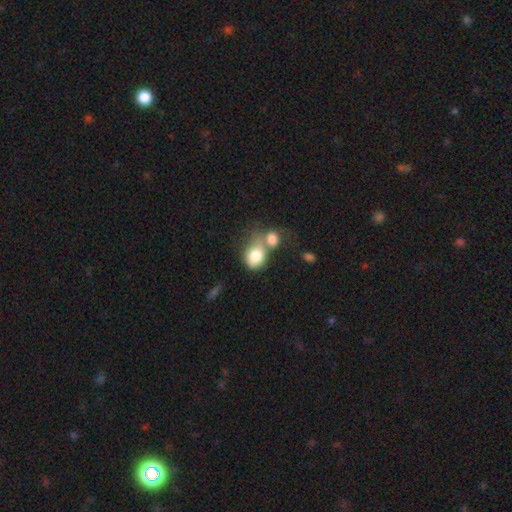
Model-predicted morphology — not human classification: Smooth or featured: smooth — 79% (featured or disk — 13%)
How rounded: in between — 55% (round — 44%)
Merging: merger — 61% (none — 20%)